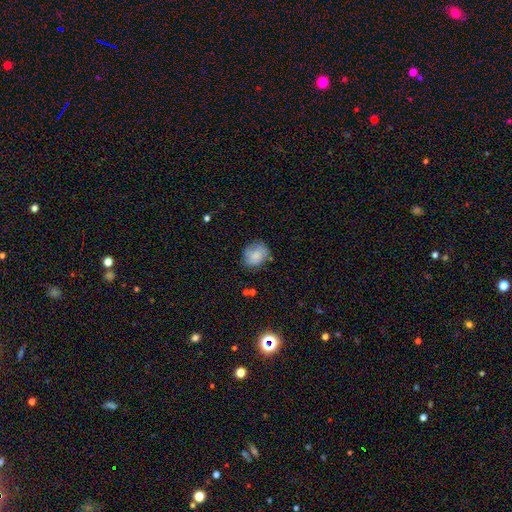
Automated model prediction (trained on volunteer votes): The model was most divided on "how rounded": round: 57%, in between: 42%, cigar-shaped: 1%. More confident: smooth or featured — smooth (80%); merging — none (69%).